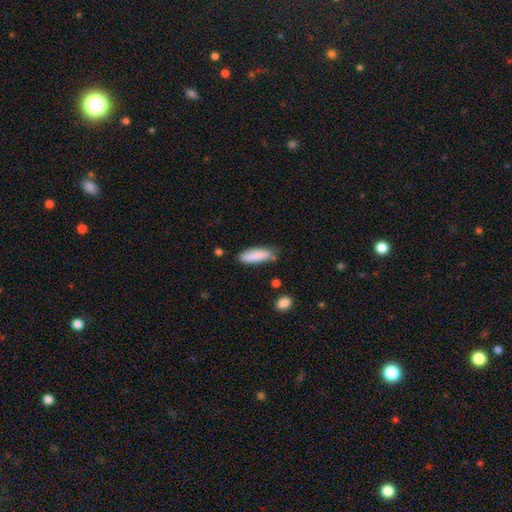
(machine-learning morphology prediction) Smooth or featured? Predicted: smooth (p=0.87). How rounded? Predicted: in between (p=0.53). Merging? Predicted: none (p=0.74).